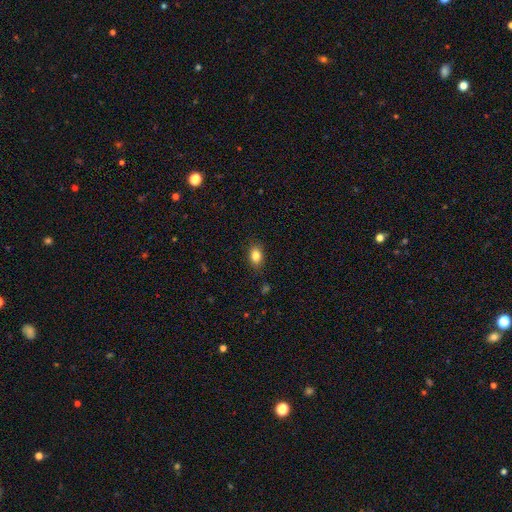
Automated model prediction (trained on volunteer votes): Smooth or featured? smooth (84%)
How rounded? in between (80%)
Merging? none (86%)